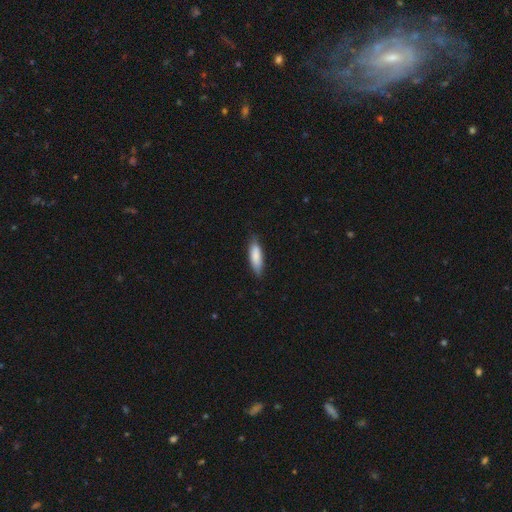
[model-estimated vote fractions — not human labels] Smooth or featured?
  - smooth: 84% *
  - featured or disk: 10%
  - star or artifact: 6%
How rounded?
  - cigar-shaped: 50% *
  - in between: 48%
  - round: 2%
Merging?
  - none: 79% *
  - minor disturbance: 17%
  - major disturbance: 3%
  - merger: 1%